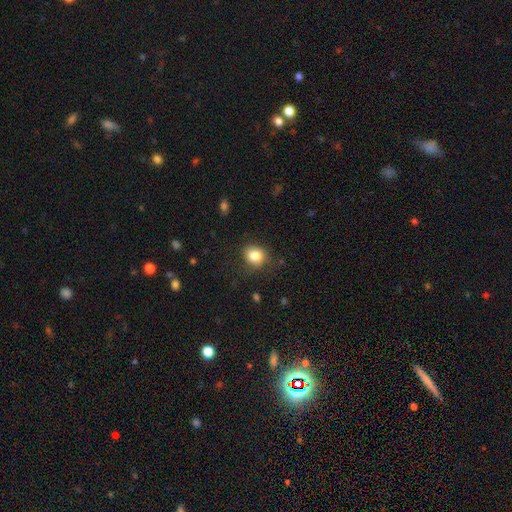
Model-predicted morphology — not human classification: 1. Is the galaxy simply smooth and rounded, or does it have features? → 85% smooth, 9% star or artifact, 6% featured or disk.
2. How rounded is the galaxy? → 67% round, 32% in between, 1% cigar-shaped.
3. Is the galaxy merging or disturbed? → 72% none, 20% minor disturbance, 7% major disturbance, 1% merger.